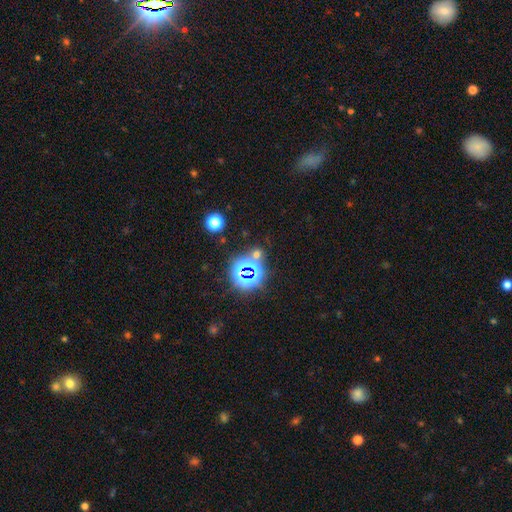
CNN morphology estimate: smooth_or_featured: star or artifact (p=0.57) [alt: smooth p=0.35]